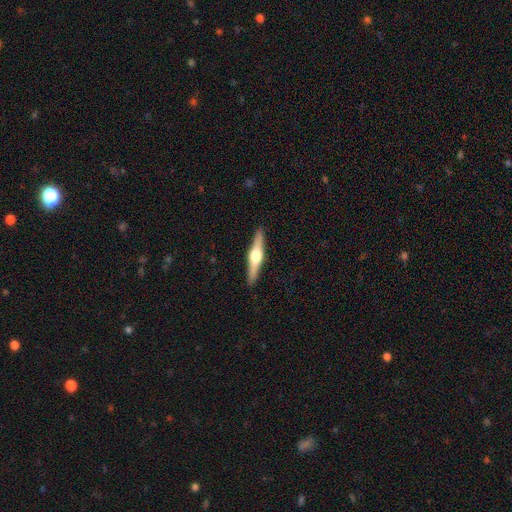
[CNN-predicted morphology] Overall: featured or disk (73%). Edge-on disk: yes (98%). Edge-on bulge: rounded (94%). Merging: none (91%).